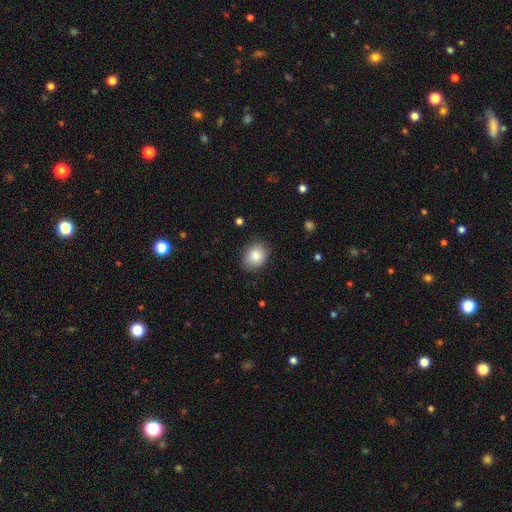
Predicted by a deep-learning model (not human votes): smooth_or_featured: smooth (p=0.83) [alt: star or artifact p=0.09]
how_rounded: in between (p=0.50) [alt: round p=0.49]
merging: none (p=0.85) [alt: minor disturbance p=0.11]